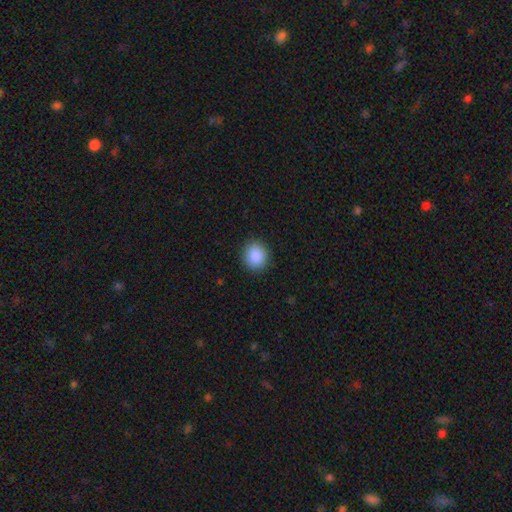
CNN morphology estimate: Smooth or featured: smooth — 89% (star or artifact — 8%)
How rounded: round — 81% (in between — 18%)
Merging: none — 90% (minor disturbance — 7%)